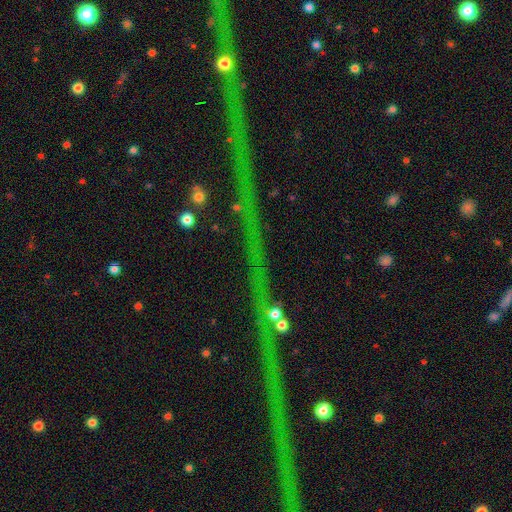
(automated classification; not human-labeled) Smooth or featured?
  - star or artifact: 57% *
  - featured or disk: 23%
  - smooth: 20%